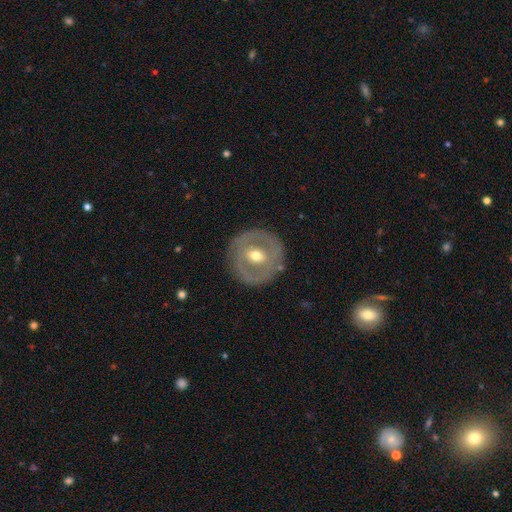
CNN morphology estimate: featured or disk 63%, smooth 31%, star or artifact 5%. Down the decision tree: edge-on disk — no (95%); bar — no (44%); spiral arms — no (67%); bulge size — moderate (73%); merging — none (82%).